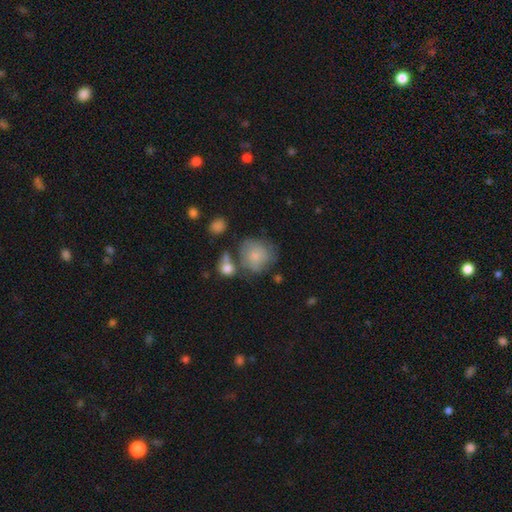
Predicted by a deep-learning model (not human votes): Overall: smooth (73%). How rounded: round (81%). Merging: none (49%; minor disturbance 22%).